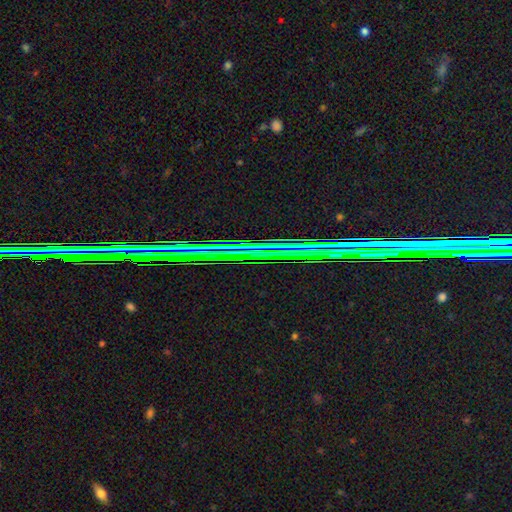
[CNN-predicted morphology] Smooth or featured: star or artifact — 83% (featured or disk — 10%)